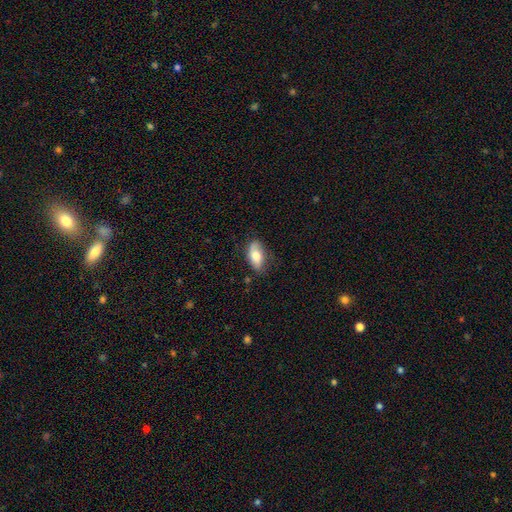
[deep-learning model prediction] smooth_or_featured: smooth (p=0.75) [alt: featured or disk p=0.18]
how_rounded: in between (p=0.89) [alt: cigar-shaped p=0.07]
merging: none (p=0.70) [alt: minor disturbance p=0.23]